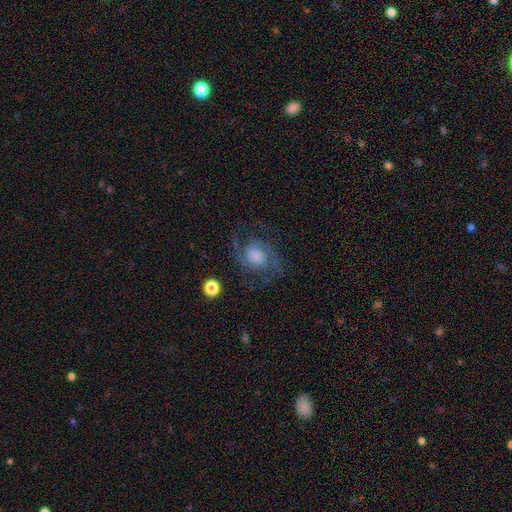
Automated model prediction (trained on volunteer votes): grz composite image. It shows a featured or disk galaxy (79%) with no bar (66%), 2 (85%) medium (55%) spiral arms (95%) and a large central bulge (36%). Merging: none (73%).